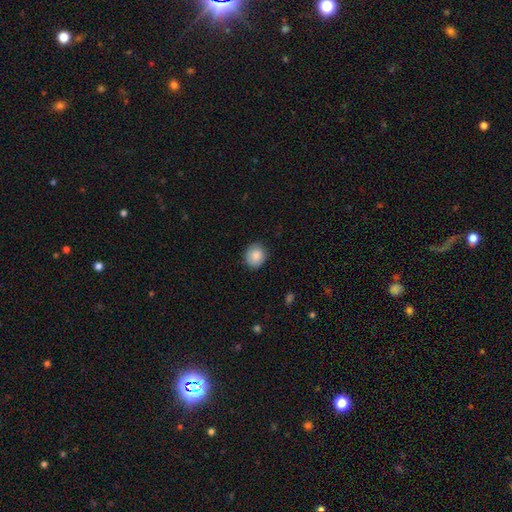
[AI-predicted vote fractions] Smooth or featured: smooth — 86% (star or artifact — 8%)
How rounded: round — 73% (in between — 26%)
Merging: none — 86% (minor disturbance — 11%)